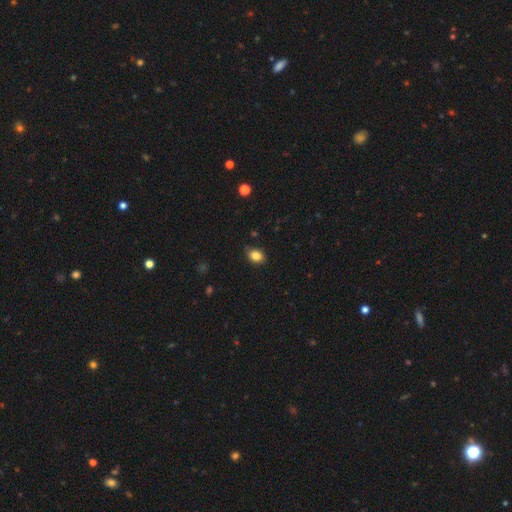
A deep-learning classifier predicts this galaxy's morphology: Smooth or featured? Predicted: smooth (p=0.85). How rounded? Predicted: in between (p=0.67). Merging? Predicted: none (p=0.82).